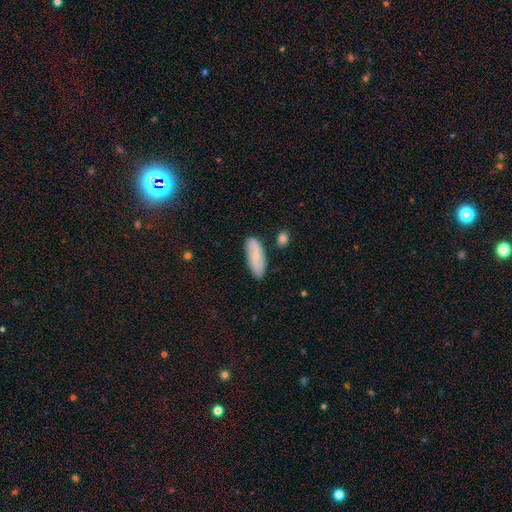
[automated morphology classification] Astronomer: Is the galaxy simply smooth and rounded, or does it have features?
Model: smooth — 61%.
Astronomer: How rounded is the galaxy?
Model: in between — 71%.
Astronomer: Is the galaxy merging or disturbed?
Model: none — 79%.